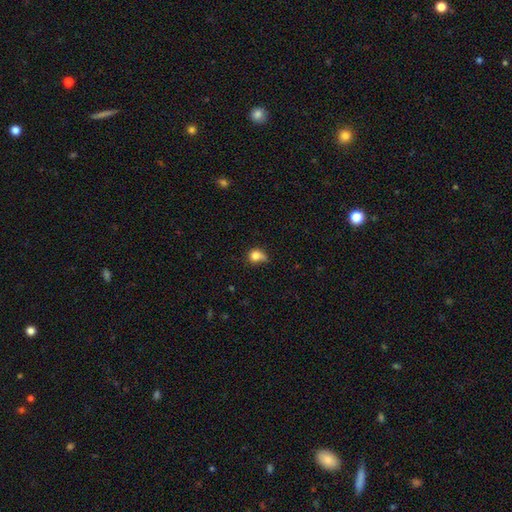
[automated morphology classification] Smooth or featured?
  - smooth: 79% *
  - featured or disk: 11%
  - star or artifact: 10%
How rounded?
  - round: 70% *
  - in between: 28%
  - cigar-shaped: 2%
Merging?
  - none: 37% *
  - minor disturbance: 36%
  - major disturbance: 20%
  - merger: 7%